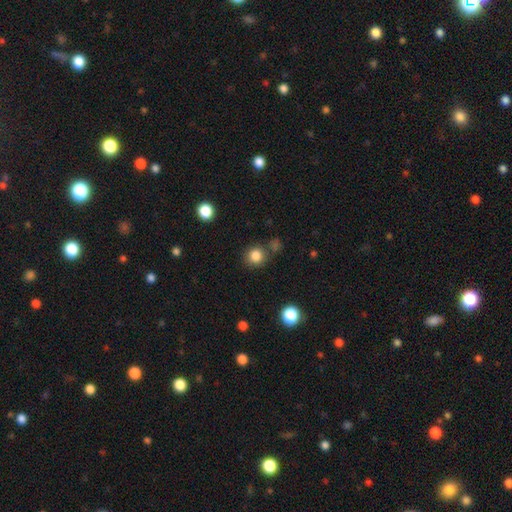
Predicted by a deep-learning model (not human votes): Smooth or featured?
  - smooth: 84% *
  - star or artifact: 12%
  - featured or disk: 5%
How rounded?
  - round: 87% *
  - in between: 12%
  - cigar-shaped: 1%
Merging?
  - none: 78% *
  - minor disturbance: 10%
  - merger: 8%
  - major disturbance: 4%